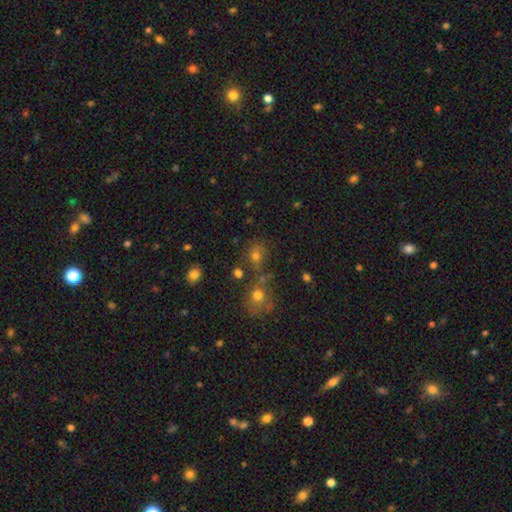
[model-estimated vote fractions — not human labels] The model was most divided on "how rounded": round: 65%, in between: 33%, cigar-shaped: 2%. More confident: smooth or featured — smooth (66%); merging — none (57%).